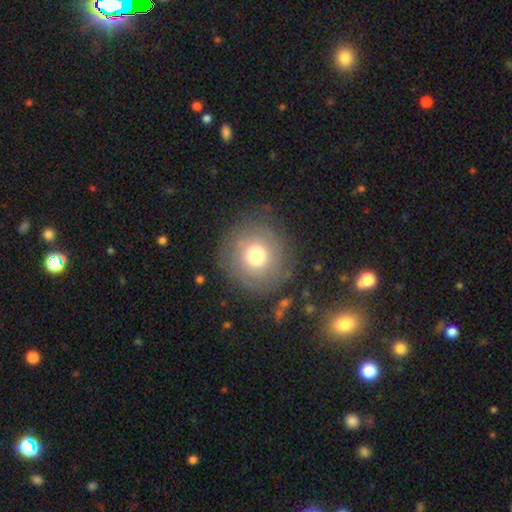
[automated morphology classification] smooth 63%, featured or disk 25%, star or artifact 11%. Down the decision tree: how rounded — round (92%); merging — none (81%).